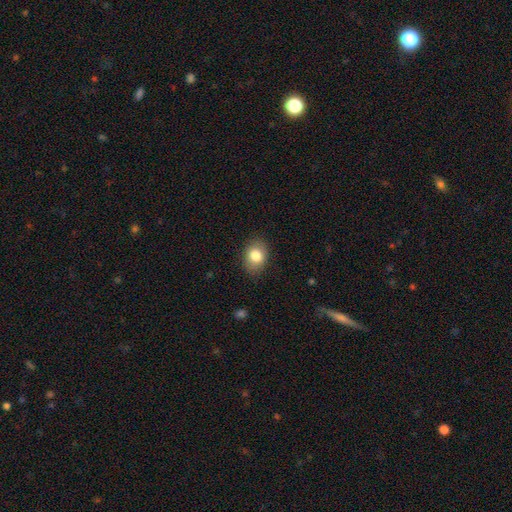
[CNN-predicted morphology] Smooth or featured: smooth — 83% (featured or disk — 9%)
How rounded: in between — 70% (round — 29%)
Merging: none — 84% (minor disturbance — 12%)